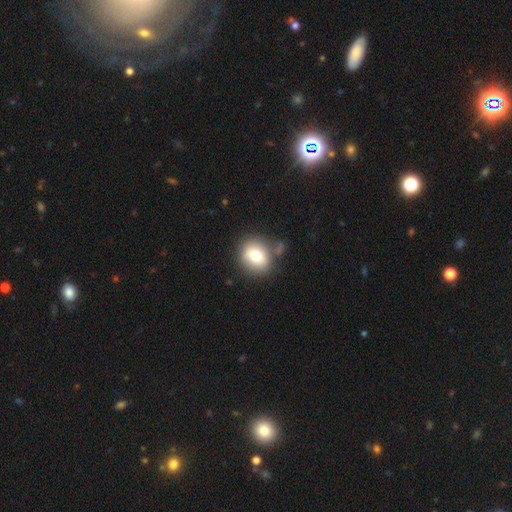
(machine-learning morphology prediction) This is likely a smooth galaxy (76%). How rounded: likely round (67%). Merging: likely none (72%).